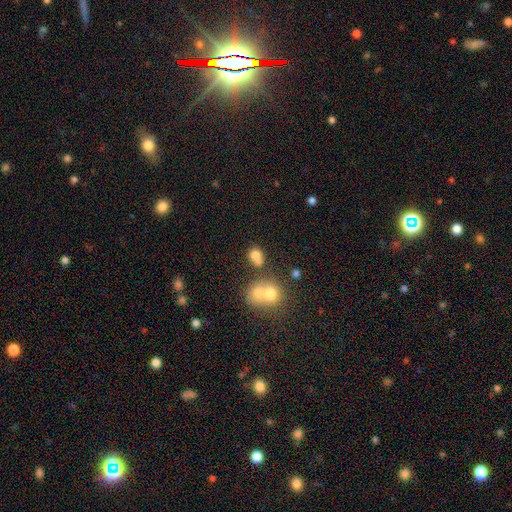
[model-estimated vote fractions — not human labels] smooth-or-featured: smooth: 74% | featured or disk: 13% | star or artifact: 13%
  how-rounded: round: 67% | in between: 32% | cigar-shaped: 1%
  merging: merger: 45% | none: 39% | minor disturbance: 10% | major disturbance: 5%